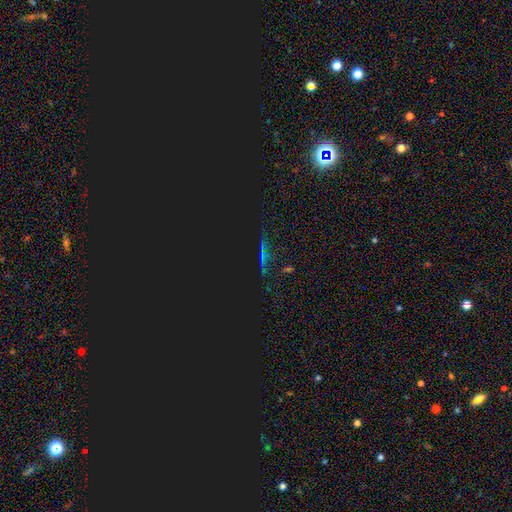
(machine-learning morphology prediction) This is likely a star or artifact rather than a galaxy (72%).